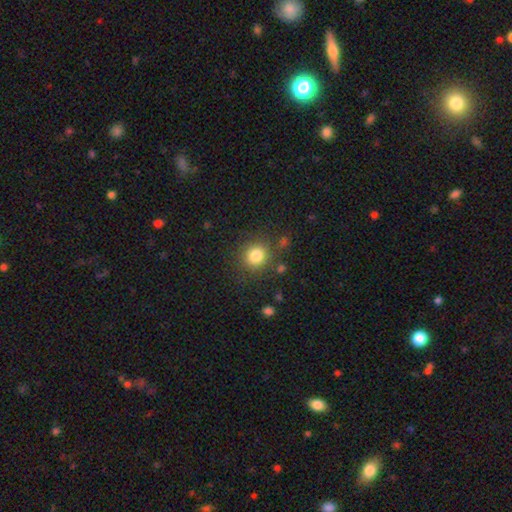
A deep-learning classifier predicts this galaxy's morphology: smooth 82%, star or artifact 12%, featured or disk 6%. Down the decision tree: how rounded — round (88%); merging — none (83%).